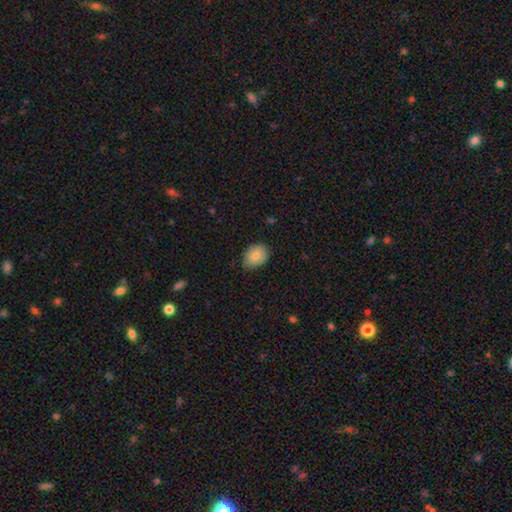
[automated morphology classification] Smooth or featured: smooth — 84% (featured or disk — 9%)
How rounded: in between — 64% (round — 35%)
Merging: none — 76% (minor disturbance — 20%)